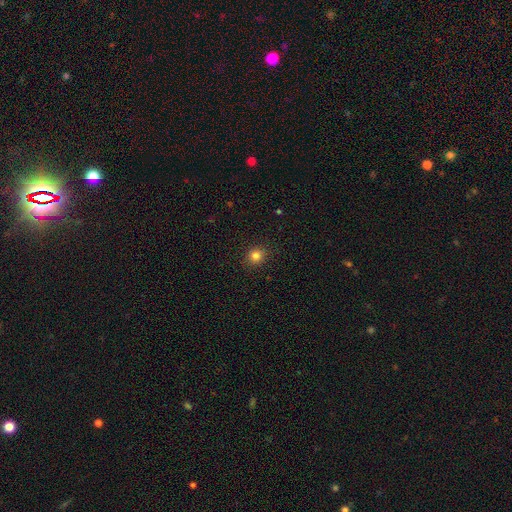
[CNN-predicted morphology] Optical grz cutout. It shows a smooth galaxy with no disk features (83%) that is round (80%). Merging: none (90%).